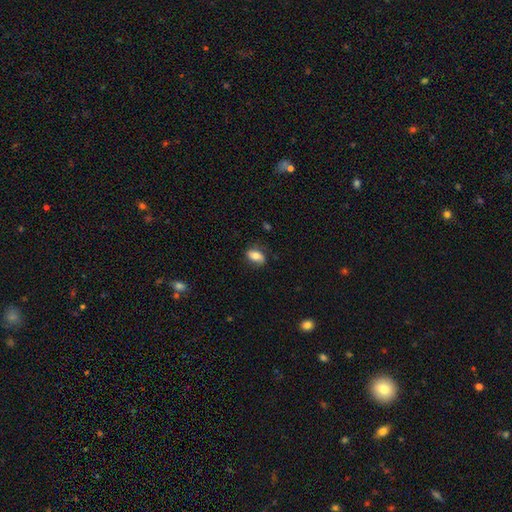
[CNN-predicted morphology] This appears to be a smooth galaxy with no disk features (74%) that is in between round and cigar-shaped (88%). Merging: none (74%).